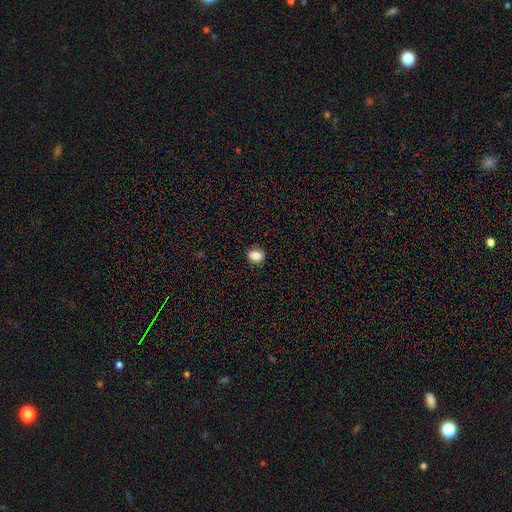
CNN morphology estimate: A smooth galaxy with no disk features (86%) that is round (55%).

Vote fractions:
- Smooth or featured? smooth: 86% / star or artifact: 9% / featured or disk: 5%
- How rounded? round: 55% / in between: 44% / cigar-shaped: 1%
- Merging? none: 88% / minor disturbance: 9% / major disturbance: 2% / merger: 1%